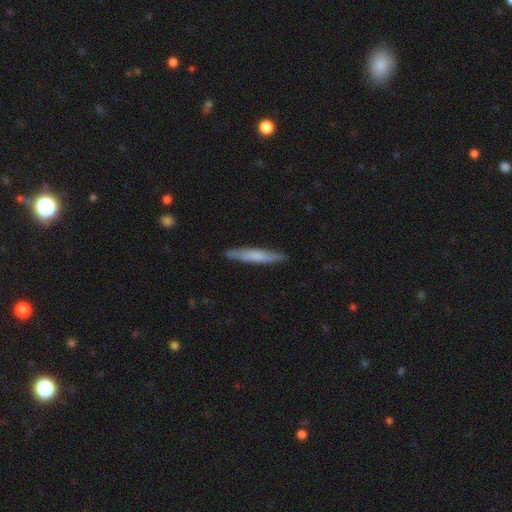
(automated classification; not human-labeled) smooth 64%, featured or disk 31%, star or artifact 5%. Down the decision tree: how rounded — cigar-shaped (94%); merging — none (88%).